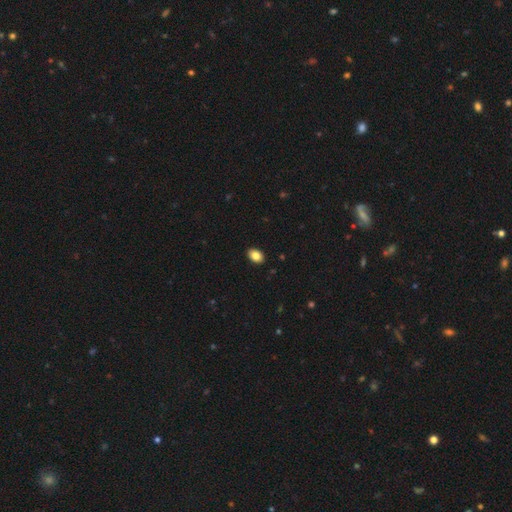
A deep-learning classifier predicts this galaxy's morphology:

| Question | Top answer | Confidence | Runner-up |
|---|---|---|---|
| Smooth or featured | smooth | 85% | star or artifact (8%) |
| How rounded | in between | 82% | round (17%) |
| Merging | none | 90% | minor disturbance (8%) |